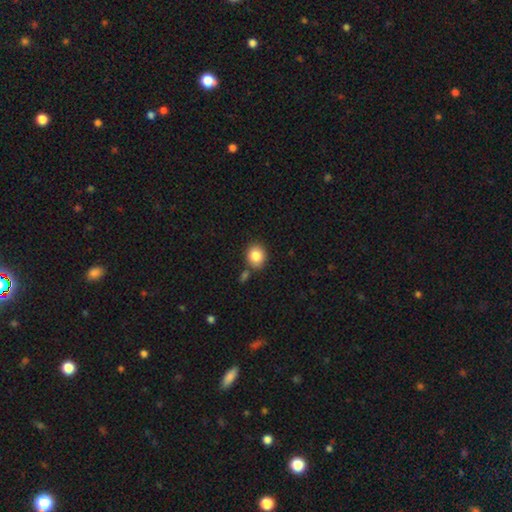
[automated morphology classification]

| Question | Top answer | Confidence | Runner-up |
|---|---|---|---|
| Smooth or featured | smooth | 85% | star or artifact (9%) |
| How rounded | round | 76% | in between (23%) |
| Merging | none | 76% | minor disturbance (11%) |